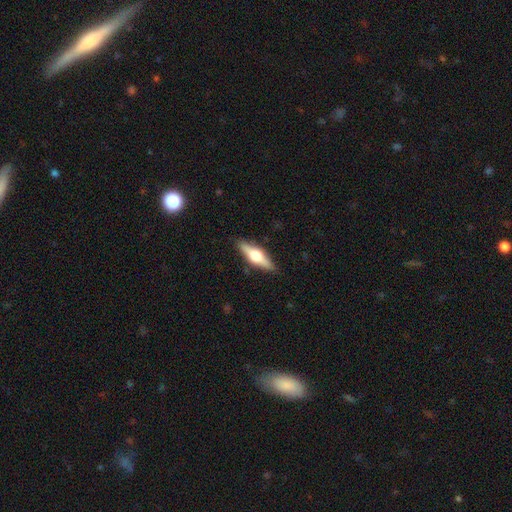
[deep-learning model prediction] Smooth or featured? featured or disk (62%)
Edge-on disk? yes (95%)
Edge-on bulge? rounded (94%)
Merging? none (88%)